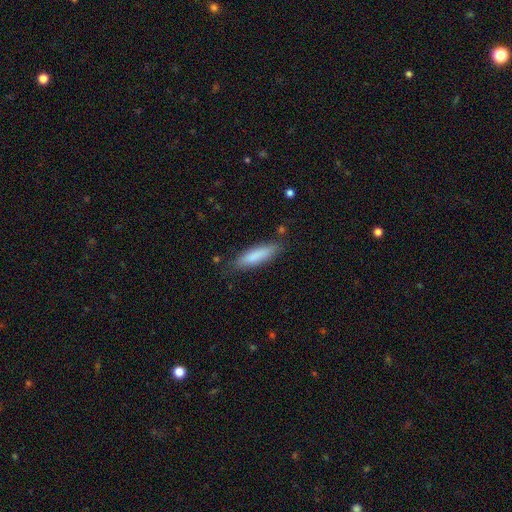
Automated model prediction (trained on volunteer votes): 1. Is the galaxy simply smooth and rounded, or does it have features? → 83% smooth, 11% featured or disk, 6% star or artifact.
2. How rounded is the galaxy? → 71% cigar-shaped, 28% in between, 1% round.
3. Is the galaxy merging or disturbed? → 82% none, 14% minor disturbance, 3% major disturbance, 2% merger.